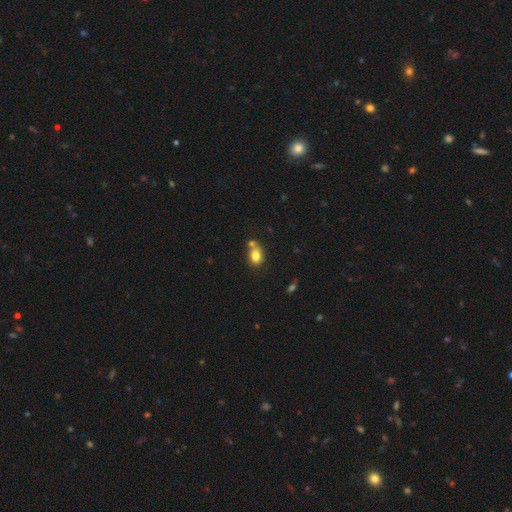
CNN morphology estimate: A smooth galaxy with no disk features (80%) that is in between round and cigar-shaped (64%). Merging: none (52%).